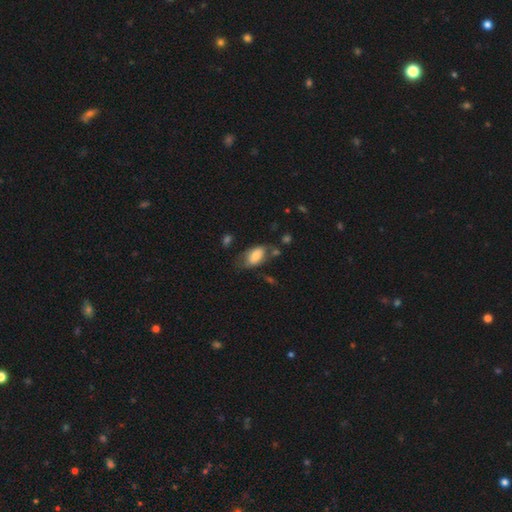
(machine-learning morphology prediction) Smooth or featured? smooth (72%)
How rounded? in between (91%)
Merging? none (47%)